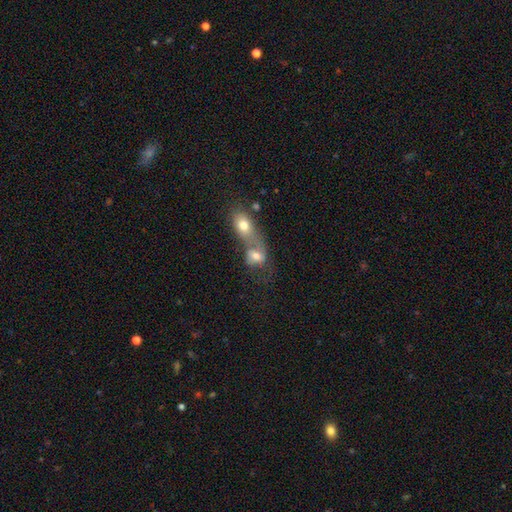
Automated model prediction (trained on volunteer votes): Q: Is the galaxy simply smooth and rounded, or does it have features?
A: smooth — 62%.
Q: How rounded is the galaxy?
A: in between — 69%.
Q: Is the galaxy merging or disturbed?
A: merger — 73%.